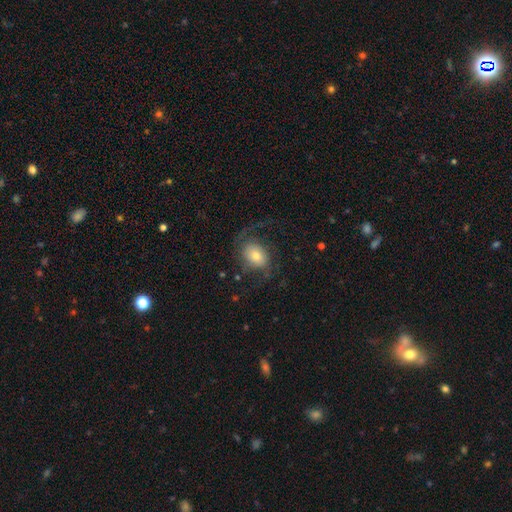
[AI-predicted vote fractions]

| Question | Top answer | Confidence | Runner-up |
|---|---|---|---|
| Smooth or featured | featured or disk | 59% | smooth (32%) |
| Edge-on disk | no | 97% | yes (3%) |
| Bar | no | 65% | weak (27%) |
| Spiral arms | yes | 88% | no (12%) |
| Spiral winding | loose | 53% | medium (36%) |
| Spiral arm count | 2 | 75% | 1 (10%) |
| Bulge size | moderate | 44% | small (31%) |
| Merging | none | 57% | major disturbance (25%) |